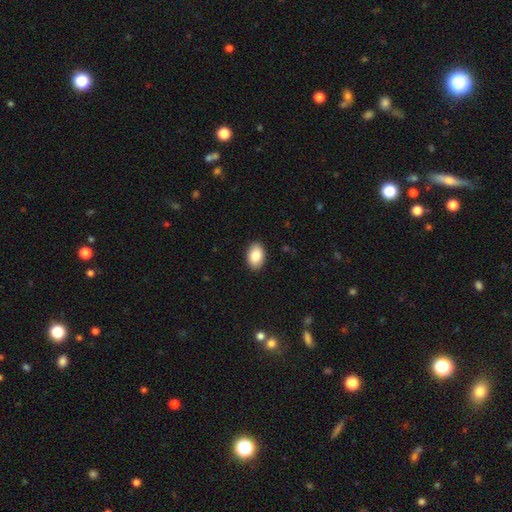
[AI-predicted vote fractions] Smooth or featured? Predicted: smooth (p=0.85). How rounded? Predicted: in between (p=0.88). Merging? Predicted: none (p=0.90).